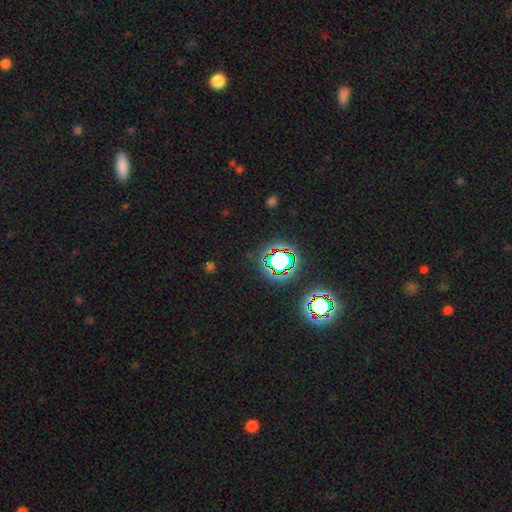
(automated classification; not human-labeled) Smooth or featured: star or artifact — 78% (smooth — 14%)